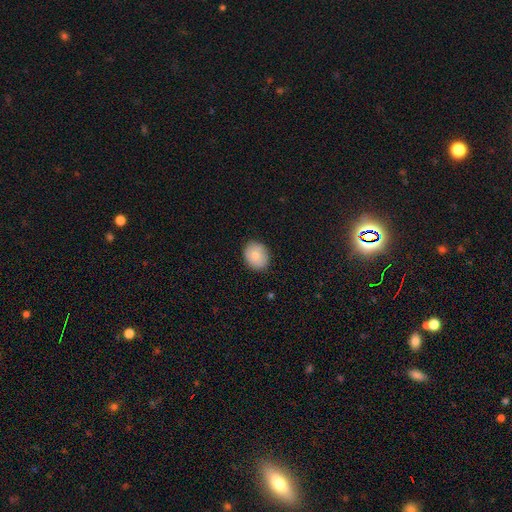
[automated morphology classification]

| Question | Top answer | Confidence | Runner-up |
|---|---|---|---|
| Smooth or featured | smooth | 80% | featured or disk (13%) |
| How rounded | round | 56% | in between (43%) |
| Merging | none | 87% | minor disturbance (10%) |